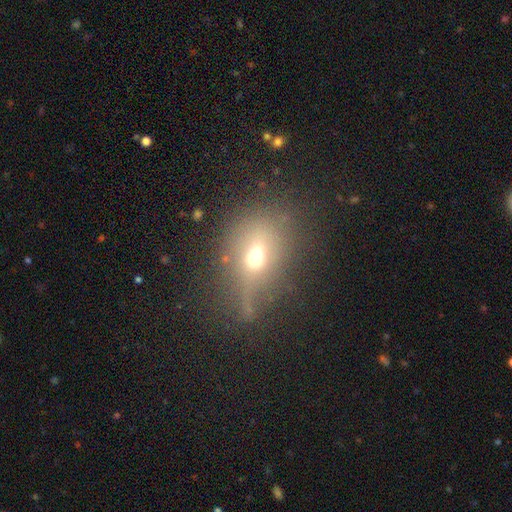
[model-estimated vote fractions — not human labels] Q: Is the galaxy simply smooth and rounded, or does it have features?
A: smooth — 54%.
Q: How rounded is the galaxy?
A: in between — 62%.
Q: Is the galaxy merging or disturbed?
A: none — 48%.